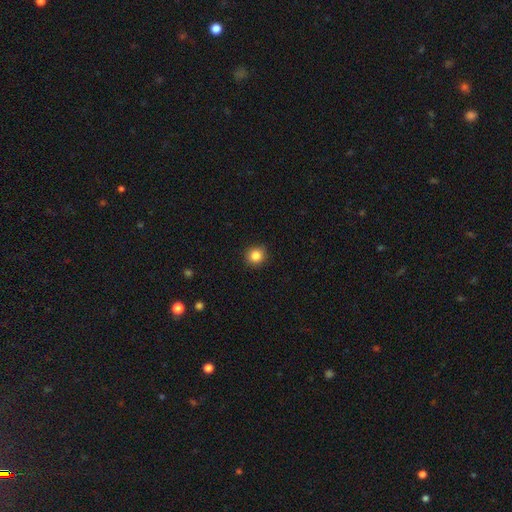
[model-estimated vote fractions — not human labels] Smooth or featured: smooth — 84% (star or artifact — 11%)
How rounded: round — 90% (in between — 9%)
Merging: none — 91% (minor disturbance — 6%)